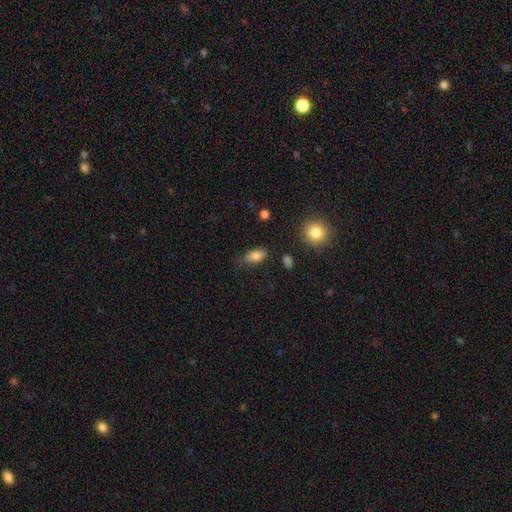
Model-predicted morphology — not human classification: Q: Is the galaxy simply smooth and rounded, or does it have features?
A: smooth — 82%.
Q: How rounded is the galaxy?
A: in between — 89%.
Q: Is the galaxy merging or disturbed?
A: none — 67%.